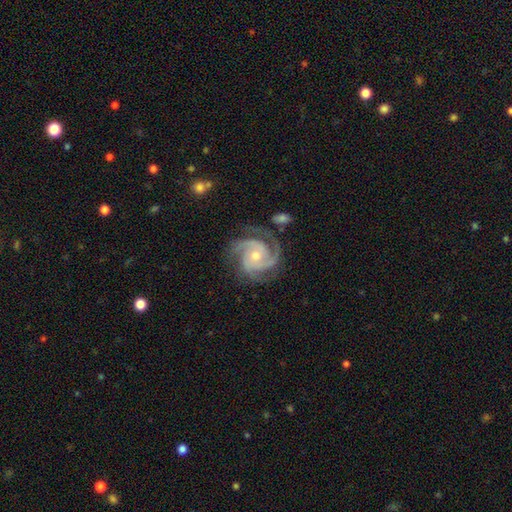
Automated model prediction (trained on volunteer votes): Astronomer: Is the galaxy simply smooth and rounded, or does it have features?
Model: featured or disk — 93%.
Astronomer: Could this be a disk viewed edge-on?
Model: no — 98%.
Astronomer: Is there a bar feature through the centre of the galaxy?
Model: no — 72%.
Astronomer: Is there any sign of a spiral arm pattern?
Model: yes — 99%.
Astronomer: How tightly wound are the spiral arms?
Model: tight — 57% (runner-up: medium, 39%).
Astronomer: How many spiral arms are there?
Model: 3 — 68%.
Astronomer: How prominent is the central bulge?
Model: small — 48%, tied with moderate at 48%.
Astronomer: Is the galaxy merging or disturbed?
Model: none — 75%.